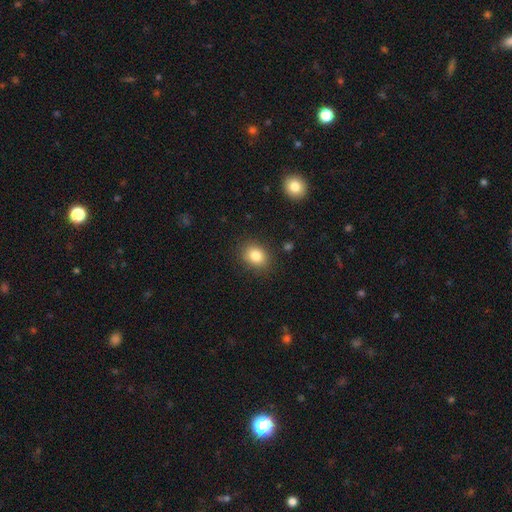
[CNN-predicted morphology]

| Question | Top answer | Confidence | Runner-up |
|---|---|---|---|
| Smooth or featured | smooth | 83% | star or artifact (10%) |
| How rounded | in between | 52% | round (47%) |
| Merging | none | 86% | minor disturbance (10%) |